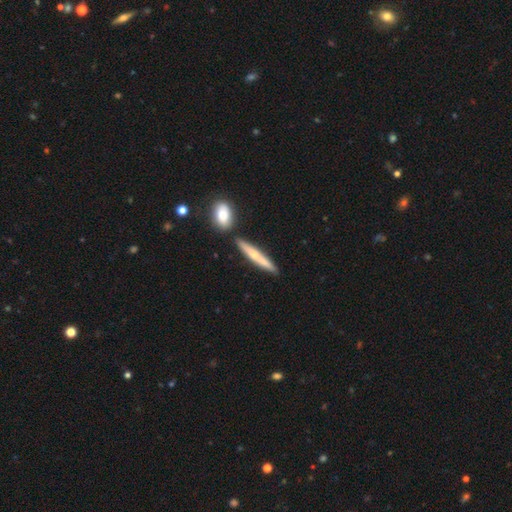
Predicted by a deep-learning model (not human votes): Q: Smooth or featured?
A: smooth (50%); runner-up: featured or disk (44%)
Q: Merging?
A: none (81%); runner-up: minor disturbance (9%)